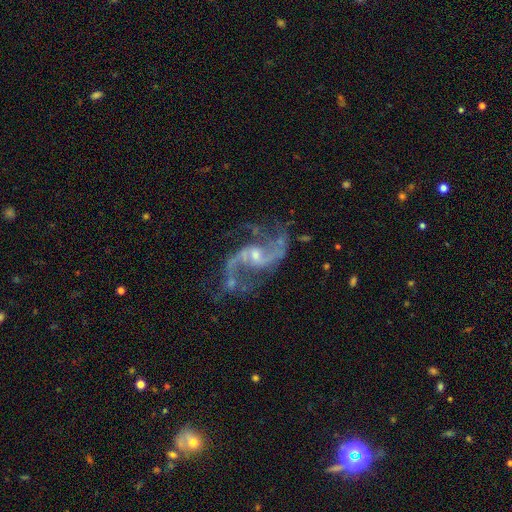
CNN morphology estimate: featured or disk 91%, star or artifact 6%, smooth 3%. Down the decision tree: edge-on disk — no (98%); bar — weak (50%); spiral arms — yes (97%); spiral arm count — 2 (88%); spiral winding — loose (64%); bulge size — small (56%); merging — none (60%).